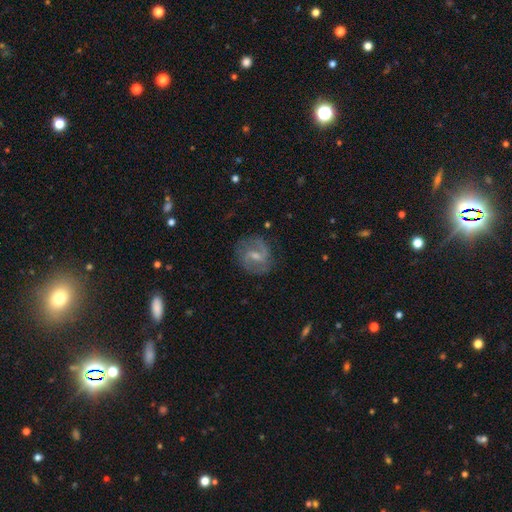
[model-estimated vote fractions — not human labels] Smooth or featured? Predicted: featured or disk (p=0.80). Edge-on disk? Predicted: no (p=0.97). Bar? Predicted: weak (p=0.56). Spiral arms? Predicted: yes (p=0.93). Spiral winding? Predicted: medium (p=0.50). Spiral arm count? Predicted: 2 (p=0.84). Bulge size? Predicted: small (p=0.53). Merging? Predicted: none (p=0.82).